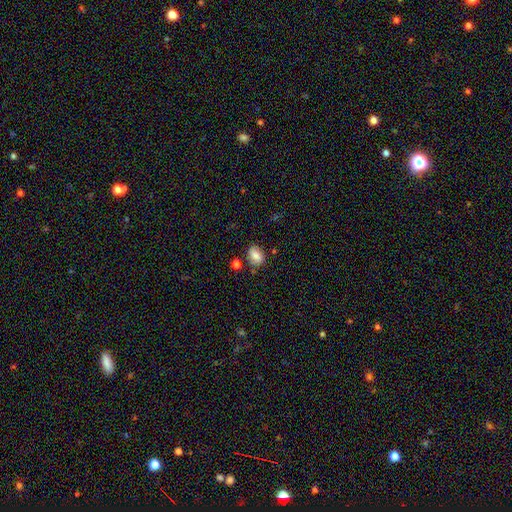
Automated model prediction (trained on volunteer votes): This appears to be a smooth galaxy with no disk features (73%) that is in between round and cigar-shaped (66%). Merging: none (72%).